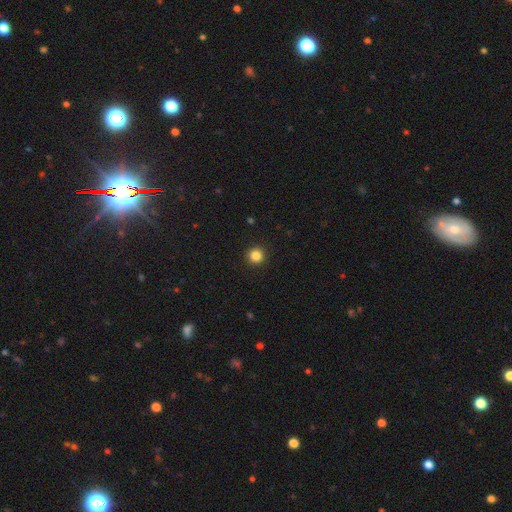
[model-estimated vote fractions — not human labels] Smooth or featured: smooth — 84% (star or artifact — 11%)
How rounded: round — 95% (in between — 4%)
Merging: none — 93% (minor disturbance — 4%)